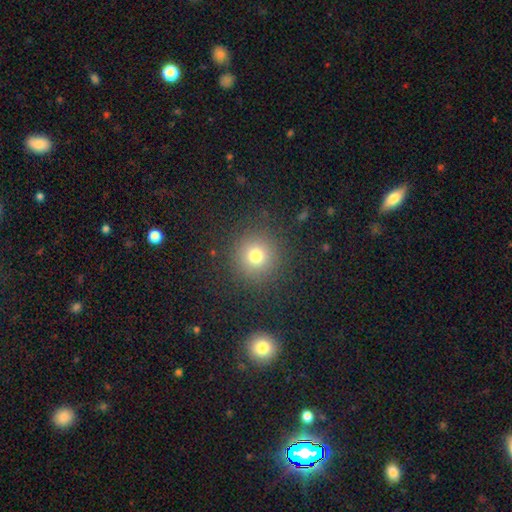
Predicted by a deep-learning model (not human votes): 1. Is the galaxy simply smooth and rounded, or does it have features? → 73% smooth, 18% star or artifact, 9% featured or disk.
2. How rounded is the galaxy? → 94% round, 5% in between, 1% cigar-shaped.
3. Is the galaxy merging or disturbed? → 88% none, 7% minor disturbance, 4% major disturbance, 1% merger.